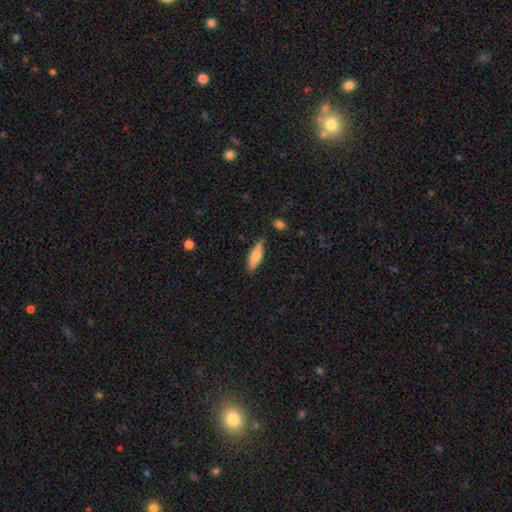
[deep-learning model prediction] The model was most divided on "how rounded": cigar-shaped: 52%, in between: 46%, round: 2%. More confident: merging — none (81%); smooth or featured — smooth (70%).